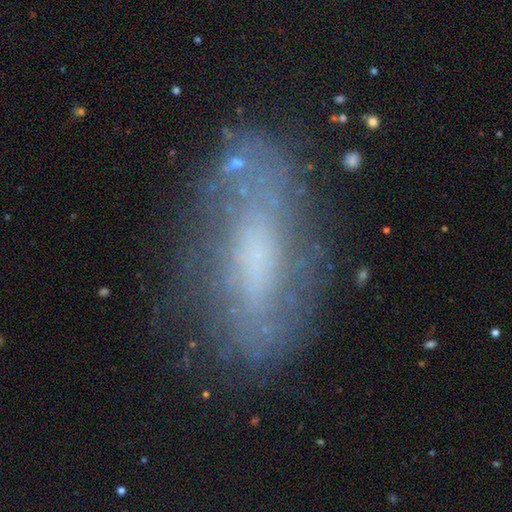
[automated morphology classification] A featured or disk galaxy (52%). Merging: none (69%).